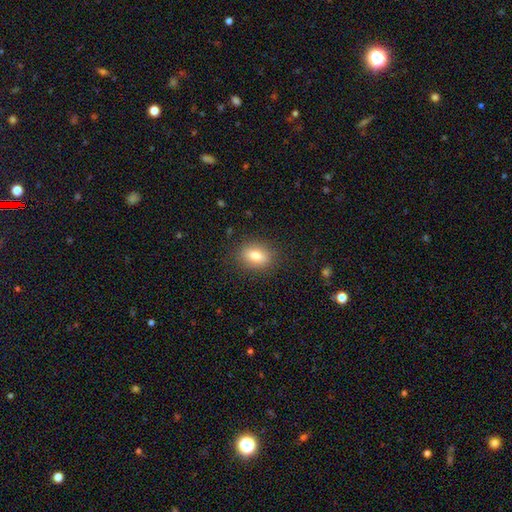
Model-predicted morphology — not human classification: Q: Smooth or featured?
A: smooth (80%); runner-up: featured or disk (11%)
Q: How rounded?
A: in between (72%); runner-up: round (26%)
Q: Merging?
A: none (86%); runner-up: minor disturbance (10%)